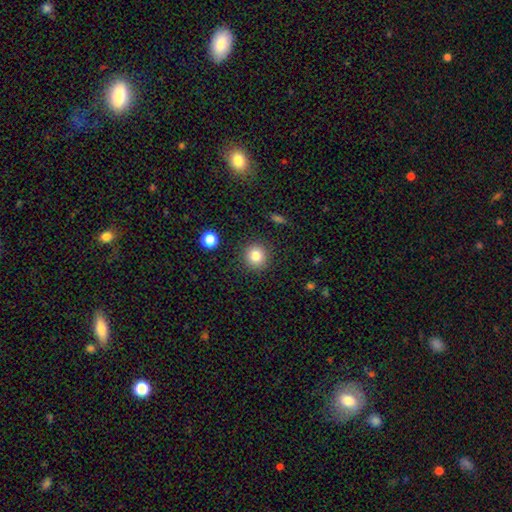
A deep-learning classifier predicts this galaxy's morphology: Smooth or featured: smooth — 82% (star or artifact — 11%)
How rounded: round — 92% (in between — 7%)
Merging: none — 90% (minor disturbance — 6%)